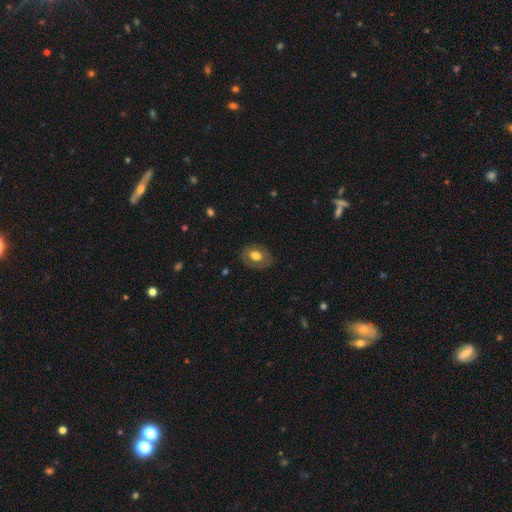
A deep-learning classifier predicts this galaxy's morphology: A smooth galaxy with no disk features (66%) that is in between round and cigar-shaped (71%). Merging: none (81%).